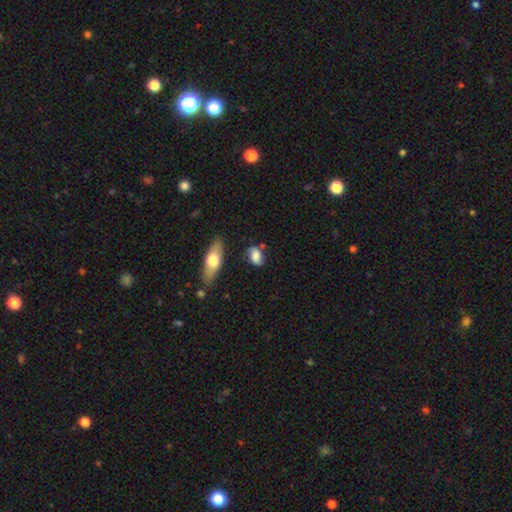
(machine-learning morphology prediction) smooth_or_featured: smooth (p=0.63) [alt: featured or disk p=0.29]
how_rounded: in between (p=0.75) [alt: round p=0.21]
merging: none (p=0.64) [alt: minor disturbance p=0.23]